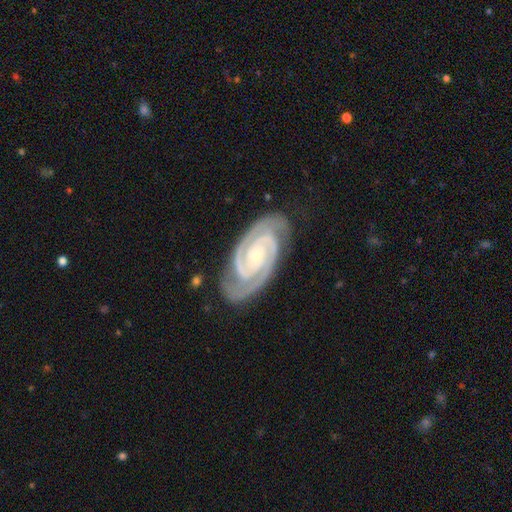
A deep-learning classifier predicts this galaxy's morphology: Smooth or featured: featured or disk — 94% (star or artifact — 4%)
Edge-on disk: no — 98% (yes — 2%)
Bar: no — 59% (weak — 25%)
Spiral arms: yes — 99% (no — 1%)
Spiral winding: tight — 77% (medium — 21%)
Spiral arm count: 2 — 91% (3 — 4%)
Bulge size: small — 76% (moderate — 18%)
Merging: none — 83% (minor disturbance — 13%)